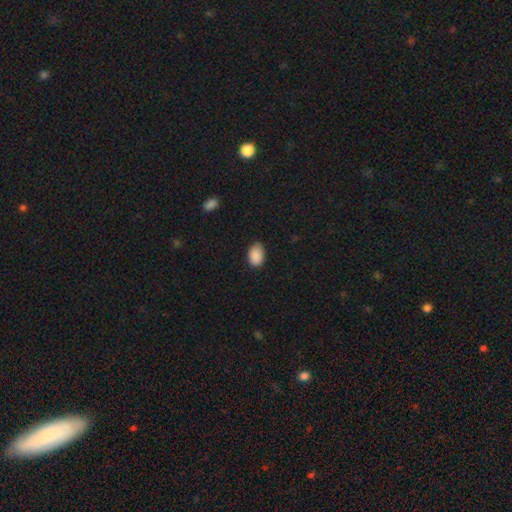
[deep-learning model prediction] Q: Smooth or featured?
A: smooth (89%); runner-up: star or artifact (8%)
Q: How rounded?
A: in between (86%); runner-up: round (13%)
Q: Merging?
A: none (79%); runner-up: minor disturbance (18%)